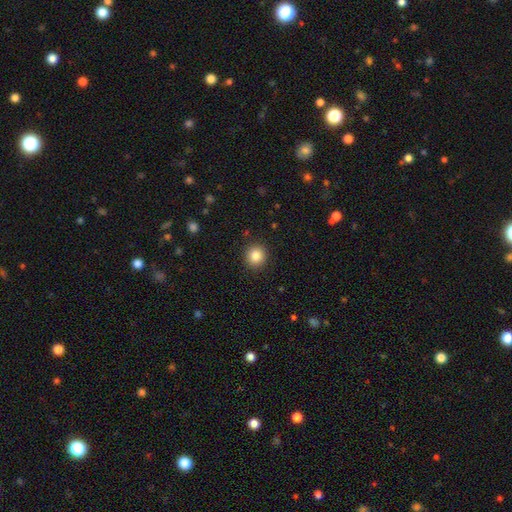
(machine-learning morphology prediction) This appears to be a smooth galaxy with no disk features (85%) that is round (91%). Merging: none (91%).